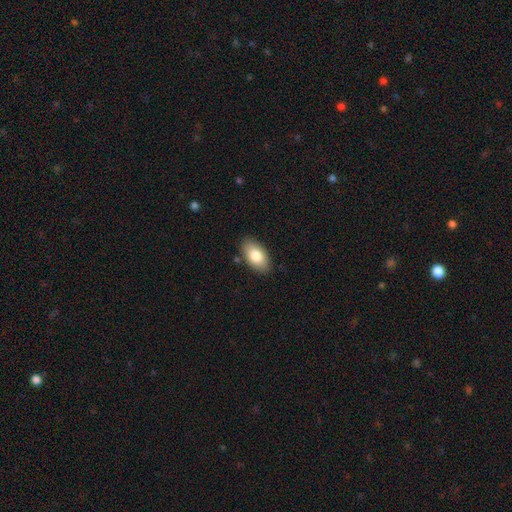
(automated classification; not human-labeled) A smooth galaxy with no disk features (80%) that is in between round and cigar-shaped (94%).

Vote fractions:
- Smooth or featured? smooth: 80% / featured or disk: 13% / star or artifact: 6%
- How rounded? in between: 94% / round: 4% / cigar-shaped: 2%
- Merging? none: 85% / minor disturbance: 11% / major disturbance: 2% / merger: 2%